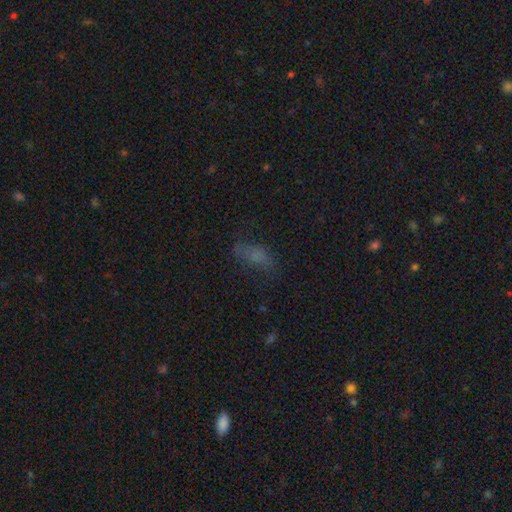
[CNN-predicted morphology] A smooth galaxy with no disk features (59%) that is in between round and cigar-shaped (74%).

Vote fractions:
- Smooth or featured? smooth: 59% / star or artifact: 20% / featured or disk: 20%
- How rounded? in between: 74% / cigar-shaped: 21% / round: 6%
- Merging? none: 57% / minor disturbance: 24% / major disturbance: 16% / merger: 3%